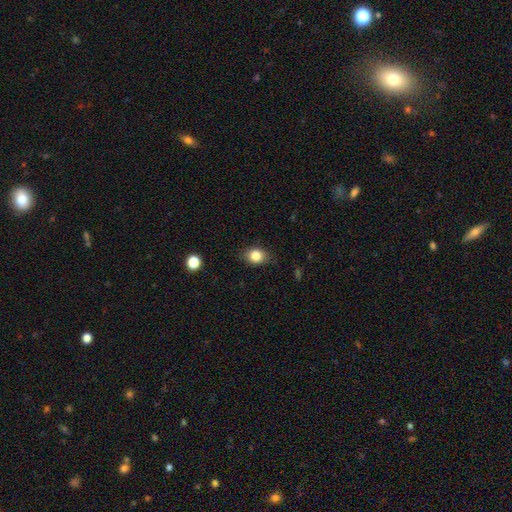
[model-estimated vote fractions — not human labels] Smooth or featured?
  - smooth: 83% *
  - star or artifact: 10%
  - featured or disk: 7%
How rounded?
  - in between: 58% *
  - round: 41%
  - cigar-shaped: 1%
Merging?
  - none: 81% *
  - minor disturbance: 14%
  - major disturbance: 3%
  - merger: 1%